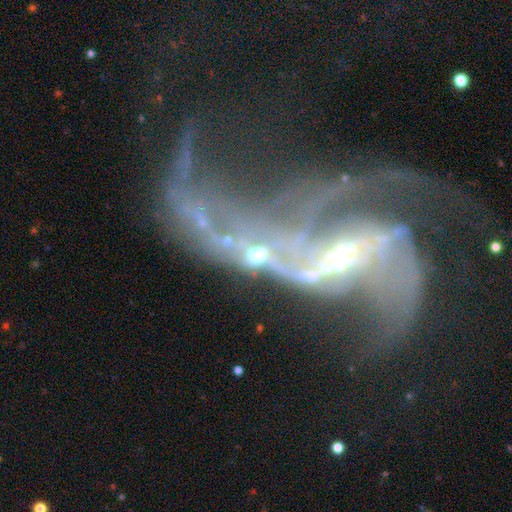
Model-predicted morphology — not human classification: Overall: featured or disk (64%). Edge-on disk: no (92%). Bar: no (64%). Spiral arms: no (50%, tied with yes). Bulge size: small (39%; moderate 28%). Merging: merger (46%; major disturbance 31%).